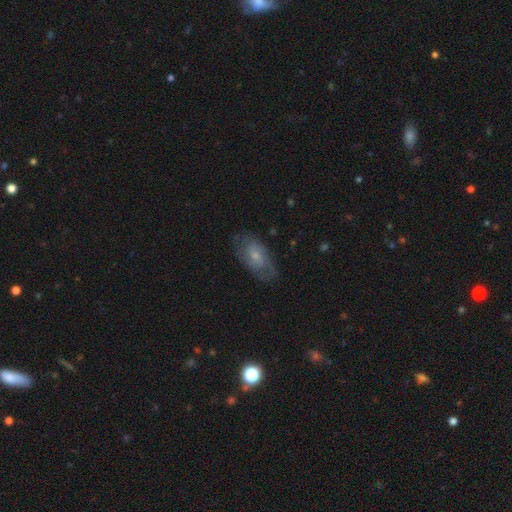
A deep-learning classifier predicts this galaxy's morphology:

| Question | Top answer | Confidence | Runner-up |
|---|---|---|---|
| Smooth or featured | featured or disk | 53% | smooth (40%) |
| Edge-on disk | no | 92% | yes (8%) |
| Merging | none | 69% | minor disturbance (21%) |